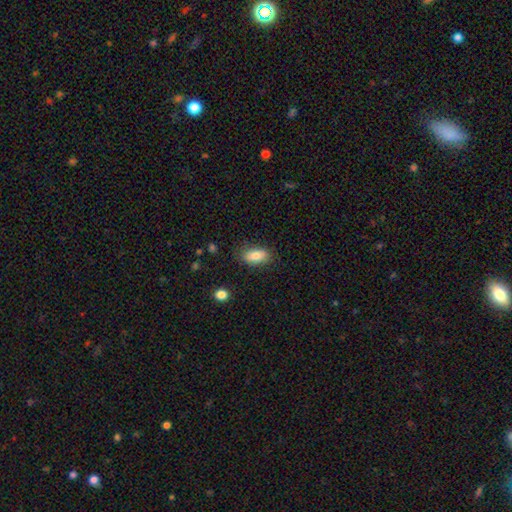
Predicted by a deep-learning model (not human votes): This appears to be a smooth galaxy with no disk features (84%) that is in between round and cigar-shaped (90%). Merging: none (81%).